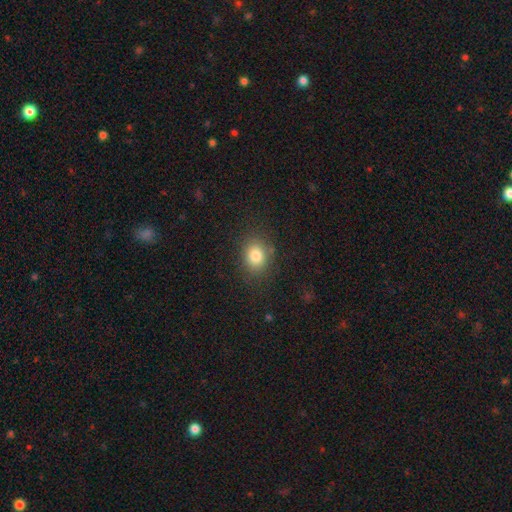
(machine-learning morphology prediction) Smooth or featured? smooth (82%)
How rounded? round (50%)
Merging? none (82%)